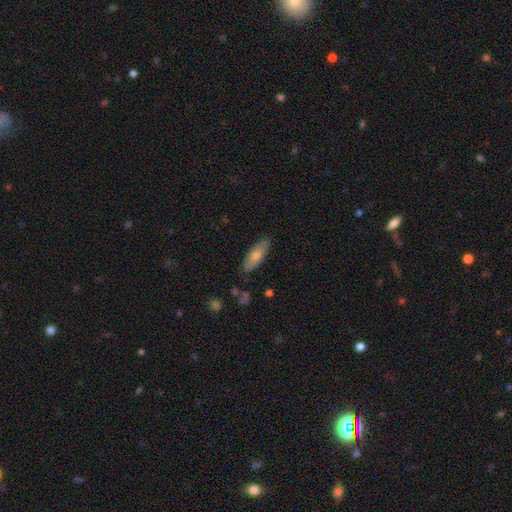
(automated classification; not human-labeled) This appears to be a smooth galaxy with no disk features (74%) that is in between round and cigar-shaped (66%). Merging: none (82%).